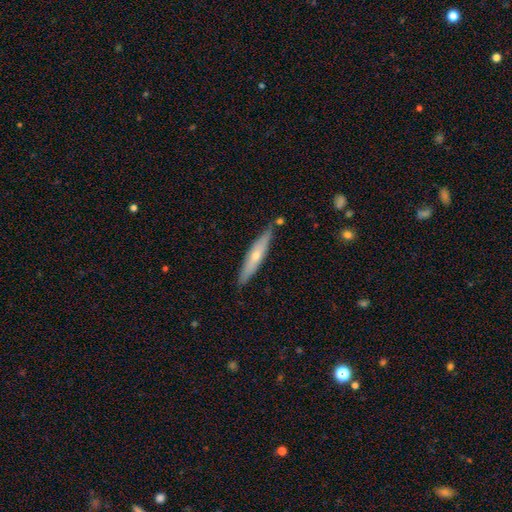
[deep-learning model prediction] smooth-or-featured: featured or disk: 52% | smooth: 42% | star or artifact: 6%
  disk-edge-on: yes: 88% | no: 12%
  merging: none: 84% | minor disturbance: 11% | merger: 3% | major disturbance: 2%